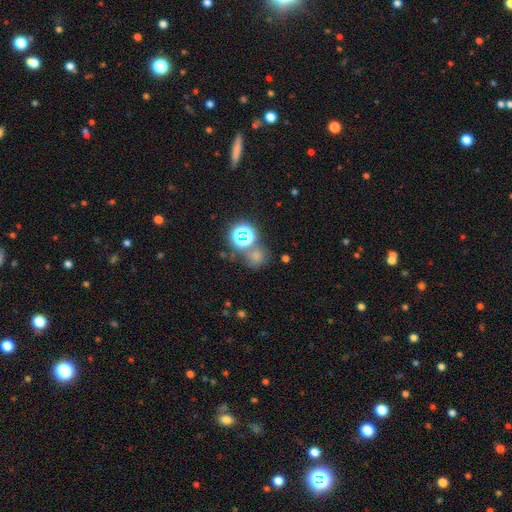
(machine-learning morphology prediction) Smooth or featured? Predicted: smooth (p=0.57). How rounded? Predicted: round (p=0.79). Merging? Predicted: none (p=0.62).